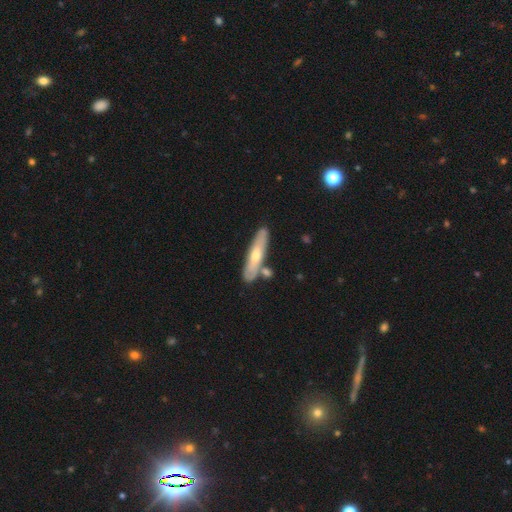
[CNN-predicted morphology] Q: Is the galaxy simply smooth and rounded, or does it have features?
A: featured or disk — 50%.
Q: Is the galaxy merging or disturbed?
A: none — 70%.